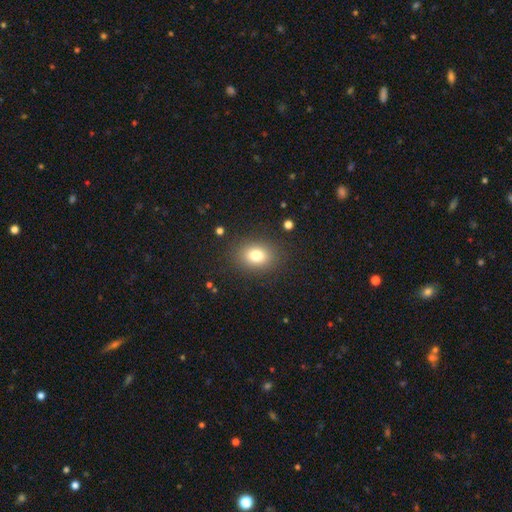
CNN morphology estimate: smooth-or-featured: smooth: 78% | star or artifact: 14% | featured or disk: 8%
  how-rounded: in between: 52% | round: 47% | cigar-shaped: 1%
  merging: none: 89% | minor disturbance: 7% | major disturbance: 3% | merger: 1%